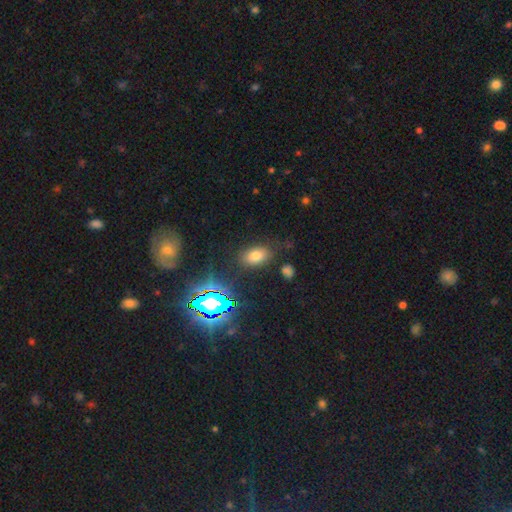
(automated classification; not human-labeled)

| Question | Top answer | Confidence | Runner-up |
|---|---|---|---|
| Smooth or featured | smooth | 69% | star or artifact (21%) |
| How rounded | in between | 87% | round (11%) |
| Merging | none | 81% | minor disturbance (12%) |